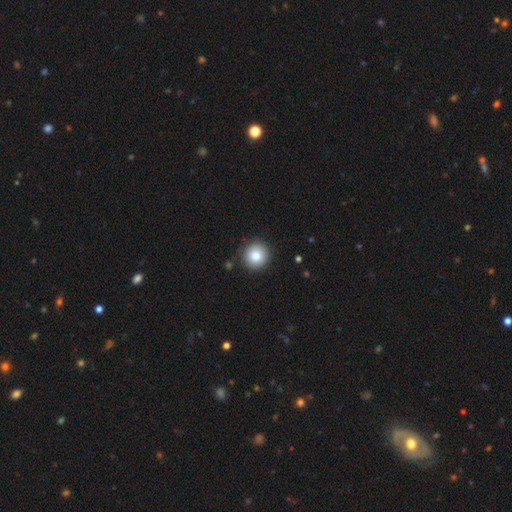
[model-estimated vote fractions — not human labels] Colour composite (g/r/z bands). It shows a smooth galaxy with no disk features (83%) that is round (94%). Merging: none (89%).